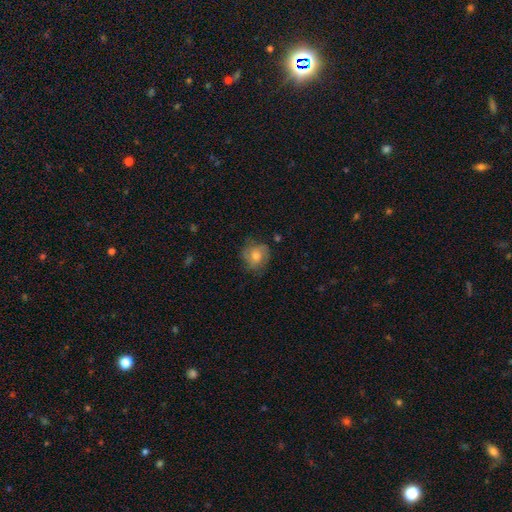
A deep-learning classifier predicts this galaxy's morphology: type=smooth (56%); roundness=round (77%); merging=none (69%).